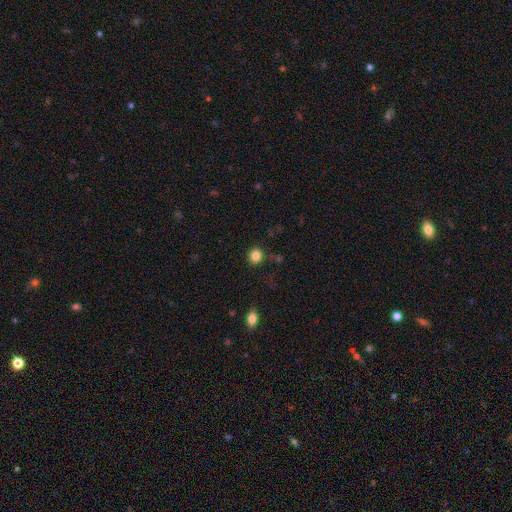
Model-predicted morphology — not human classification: Smooth or featured: smooth — 84% (star or artifact — 11%)
How rounded: round — 82% (in between — 18%)
Merging: none — 85% (minor disturbance — 9%)